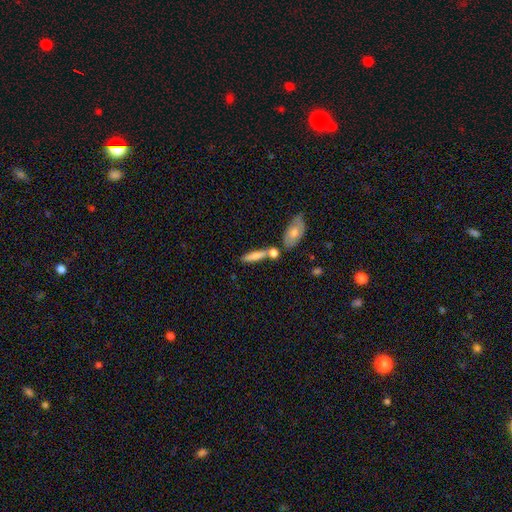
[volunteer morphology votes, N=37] Volunteers were most divided on "merging": none: 66%, merger: 26%, minor disturbance: 6%, major disturbance: 3%. More confident: how rounded — cigar-shaped (77%); smooth or featured — smooth (70%).